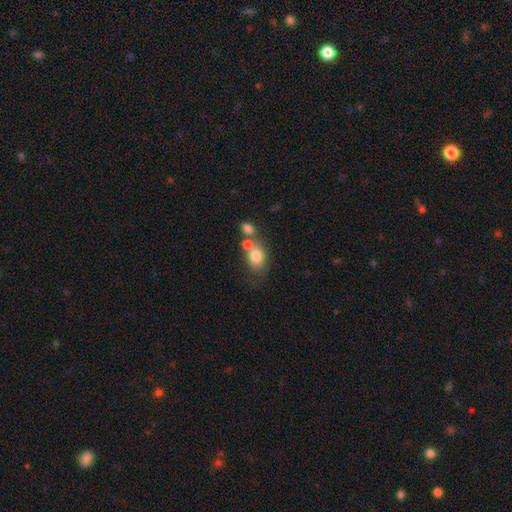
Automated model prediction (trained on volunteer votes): Smooth or featured? Predicted: smooth (p=0.77). How rounded? Predicted: in between (p=0.62). Merging? Predicted: merger (p=0.42).